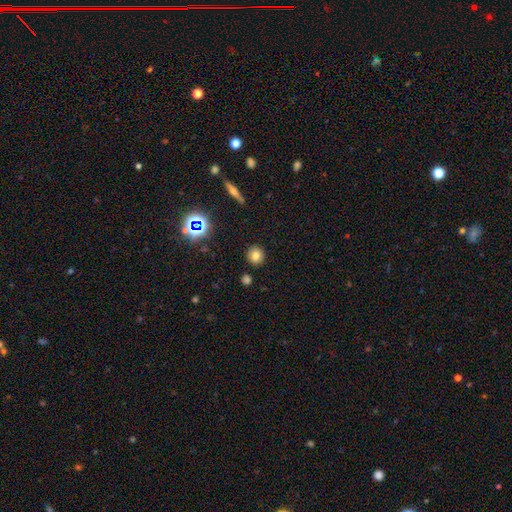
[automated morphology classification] A smooth galaxy with no disk features (75%) that is round (88%).

Vote fractions:
- Smooth or featured? smooth: 75% / star or artifact: 15% / featured or disk: 10%
- How rounded? round: 88% / in between: 11% / cigar-shaped: 1%
- Merging? none: 89% / minor disturbance: 6% / merger: 2% / major disturbance: 2%